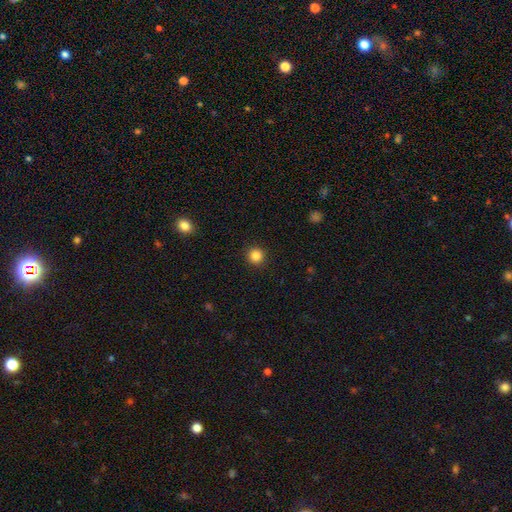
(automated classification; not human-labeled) The model was most divided on "smooth or featured": smooth: 85%, star or artifact: 11%, featured or disk: 4%. More confident: how rounded — round (94%); merging — none (92%).